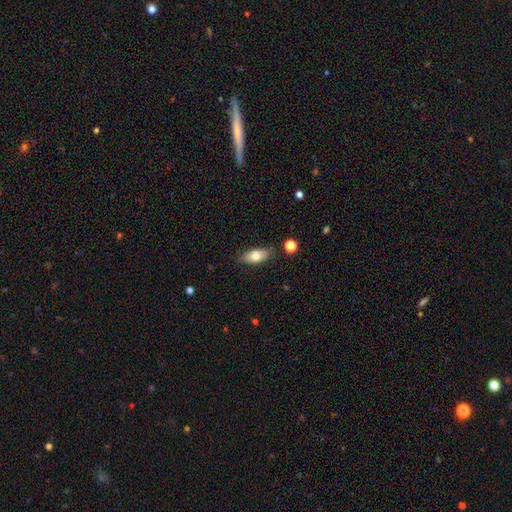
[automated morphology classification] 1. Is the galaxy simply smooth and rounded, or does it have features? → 73% smooth, 19% featured or disk, 8% star or artifact.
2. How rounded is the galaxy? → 88% in between, 7% cigar-shaped, 5% round.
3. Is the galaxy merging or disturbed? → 81% none, 14% minor disturbance, 3% major disturbance, 2% merger.